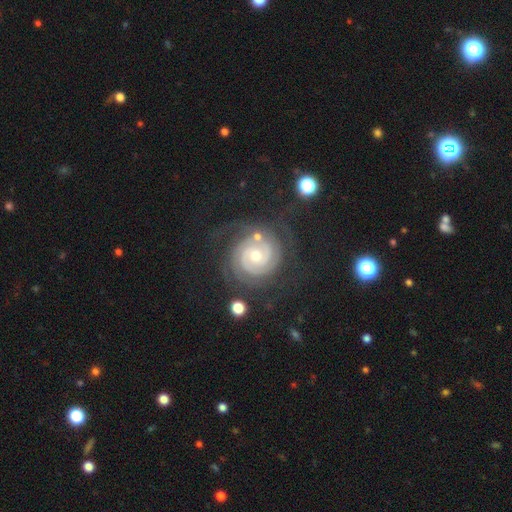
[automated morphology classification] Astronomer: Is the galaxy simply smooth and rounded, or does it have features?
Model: featured or disk — 89%.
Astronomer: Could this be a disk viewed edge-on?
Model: no — 98%.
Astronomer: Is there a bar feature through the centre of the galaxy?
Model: no — 67%.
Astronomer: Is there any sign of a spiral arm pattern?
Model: yes — 98%.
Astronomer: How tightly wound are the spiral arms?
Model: tight — 81%.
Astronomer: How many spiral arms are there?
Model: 2 — 61%.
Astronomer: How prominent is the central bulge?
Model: moderate — 49% (runner-up: small, 47%).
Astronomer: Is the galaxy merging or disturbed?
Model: none — 72%.